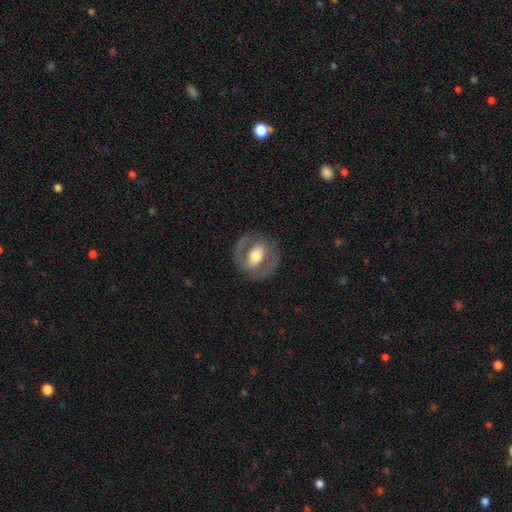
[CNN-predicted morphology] Smooth or featured? Predicted: featured or disk (p=0.61). Edge-on disk? Predicted: no (p=0.94). Bar? Predicted: no (p=0.36). Spiral arms? Predicted: no (p=0.56). Bulge size? Predicted: moderate (p=0.59). Merging? Predicted: none (p=0.77).